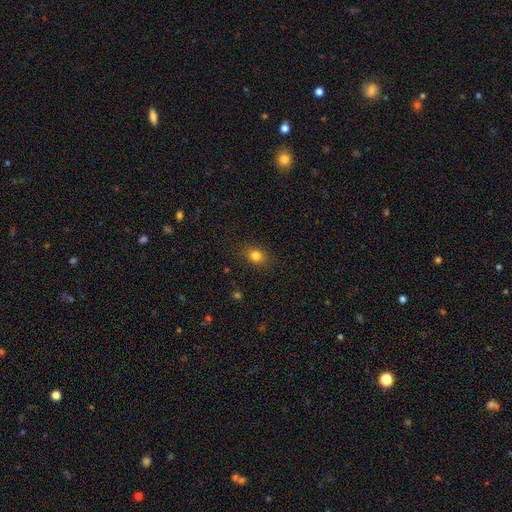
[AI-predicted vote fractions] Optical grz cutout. It shows a smooth galaxy with no disk features (81%) that is round (53%). Merging: none (86%).